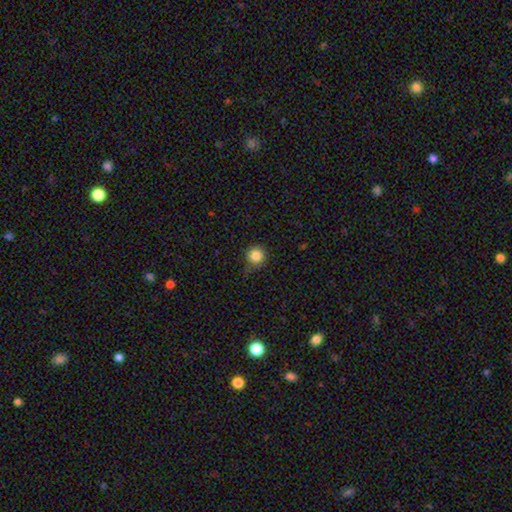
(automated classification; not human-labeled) Morphology: type=smooth (84%); roundness=round (93%); merging=none (65%).